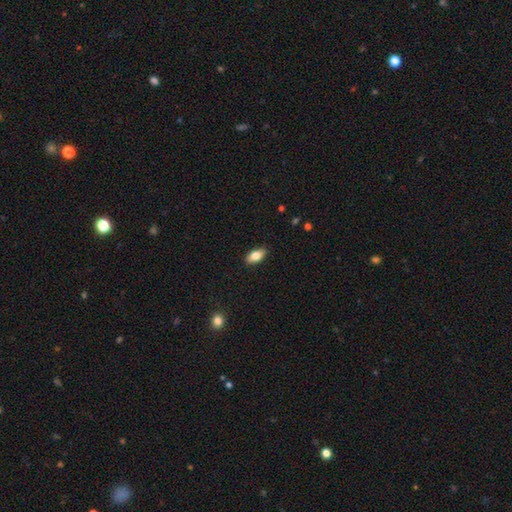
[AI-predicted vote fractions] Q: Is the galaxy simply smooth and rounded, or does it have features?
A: smooth — 79%.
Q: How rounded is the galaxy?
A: in between — 88%.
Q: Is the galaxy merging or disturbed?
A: none — 88%.